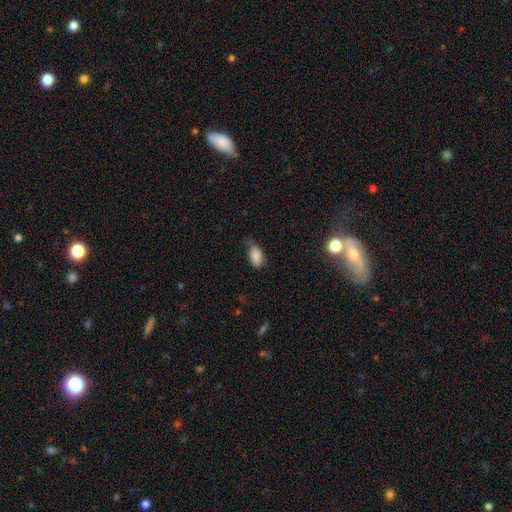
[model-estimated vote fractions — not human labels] smooth 85%, star or artifact 8%, featured or disk 7%. Down the decision tree: how rounded — in between (93%); merging — none (52%).